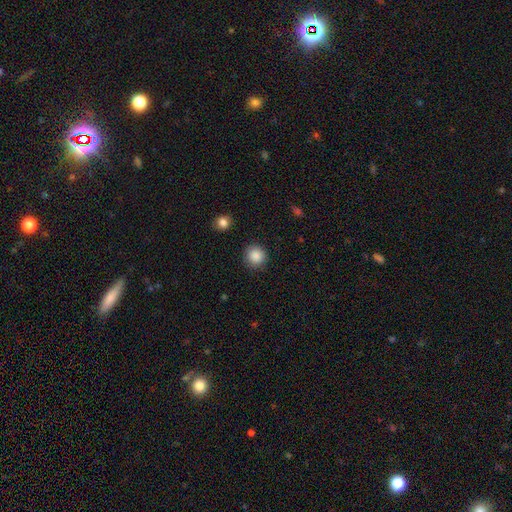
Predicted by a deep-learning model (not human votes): This is clearly a smooth galaxy (88%). How rounded: clearly round (93%). Merging: clearly none (89%).